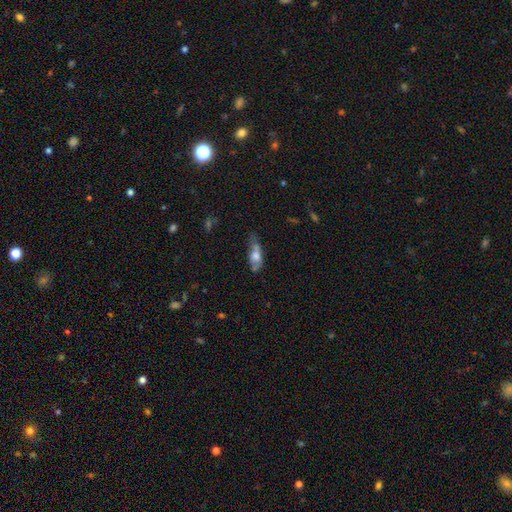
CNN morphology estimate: Q: Smooth or featured?
A: smooth (57%); runner-up: featured or disk (35%)
Q: How rounded?
A: in between (66%); runner-up: cigar-shaped (29%)
Q: Merging?
A: minor disturbance (36%); runner-up: none (32%)